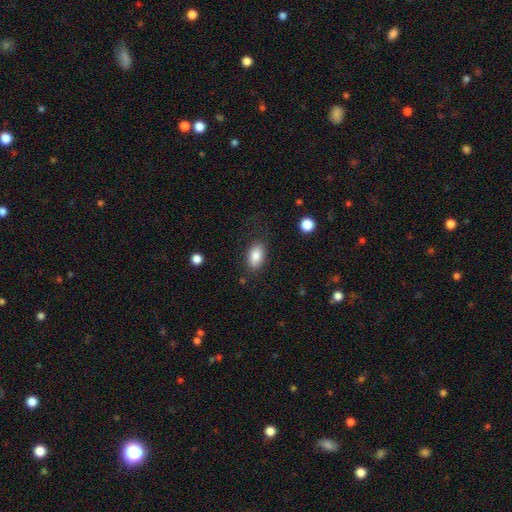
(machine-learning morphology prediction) type=smooth (86%); roundness=in between (91%); merging=none (82%).